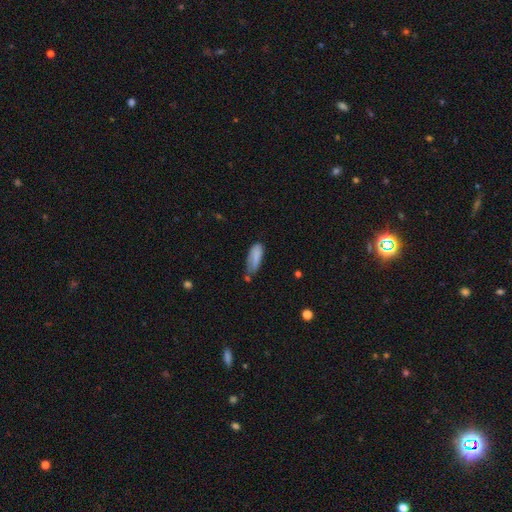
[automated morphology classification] type=smooth (83%); roundness=in between (68%); merging=none (42%).